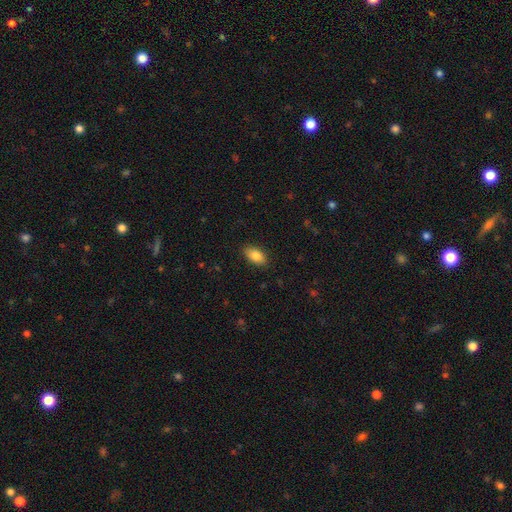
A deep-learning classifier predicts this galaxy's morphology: smooth 85%, featured or disk 8%, star or artifact 7%. Down the decision tree: how rounded — in between (92%); merging — none (88%).